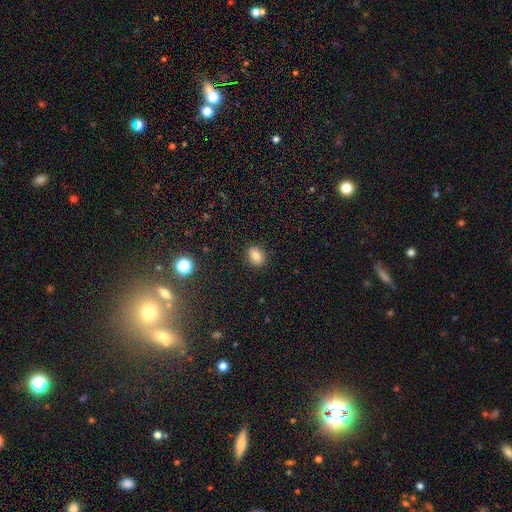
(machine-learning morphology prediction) Smooth or featured?
  - smooth: 80% *
  - star or artifact: 11%
  - featured or disk: 9%
How rounded?
  - in between: 59% *
  - round: 40%
  - cigar-shaped: 1%
Merging?
  - none: 88% *
  - minor disturbance: 8%
  - major disturbance: 2%
  - merger: 1%